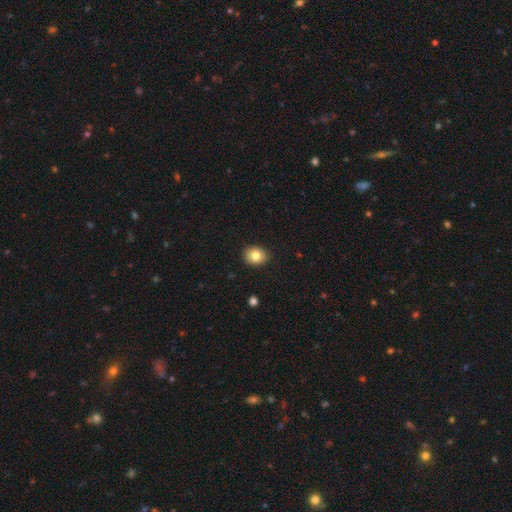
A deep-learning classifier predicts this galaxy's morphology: Smooth or featured? smooth (81%)
How rounded? round (58%)
Merging? none (90%)